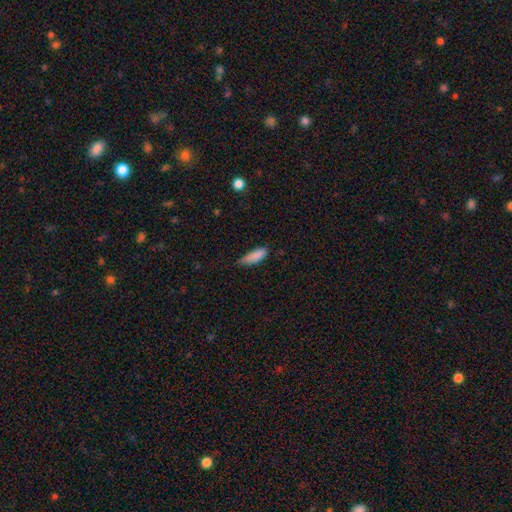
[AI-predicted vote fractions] smooth 87%, star or artifact 7%, featured or disk 6%. Down the decision tree: how rounded — in between (63%); merging — none (56%).